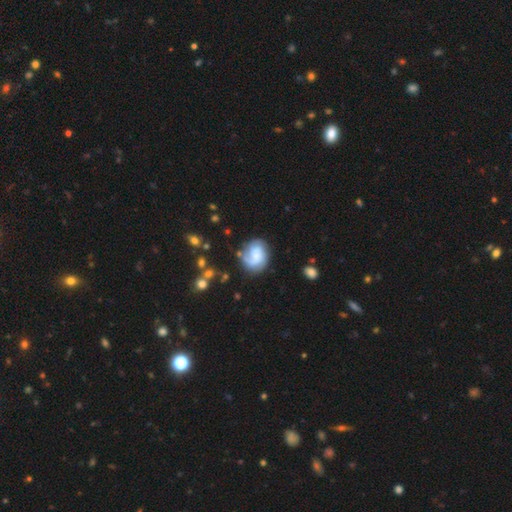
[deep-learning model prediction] Q: Smooth or featured?
A: featured or disk (55%); runner-up: smooth (37%)
Q: Edge-on disk?
A: no (98%); runner-up: yes (2%)
Q: Bar?
A: no (67%); runner-up: weak (28%)
Q: Spiral arms?
A: yes (89%); runner-up: no (11%)
Q: Bulge size?
A: small (37%); runner-up: none (27%)
Q: Merging?
A: none (63%); runner-up: minor disturbance (22%)